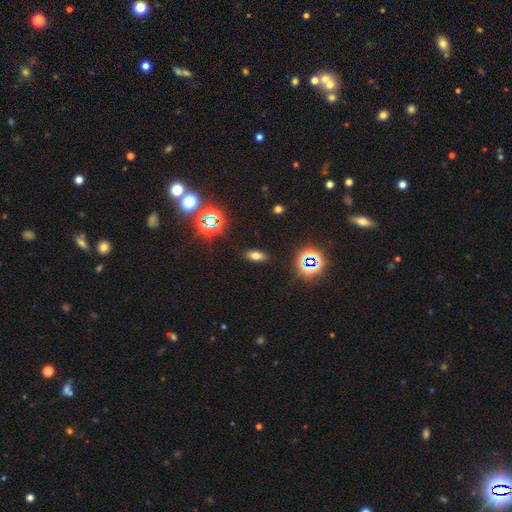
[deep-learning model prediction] A smooth galaxy with no disk features (64%) that is in between round and cigar-shaped (80%). Merging: none (88%).